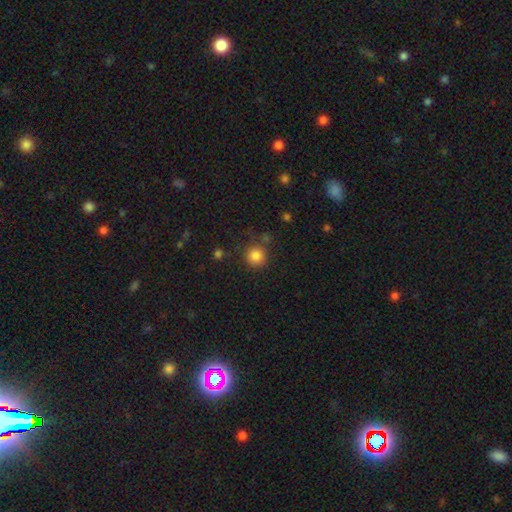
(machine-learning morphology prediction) Smooth or featured? smooth (84%)
How rounded? round (93%)
Merging? none (80%)